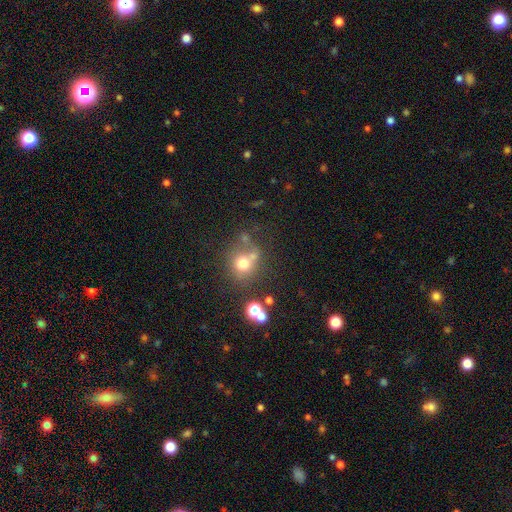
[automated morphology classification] Smooth or featured? smooth (60%)
How rounded? round (82%)
Merging? none (55%)